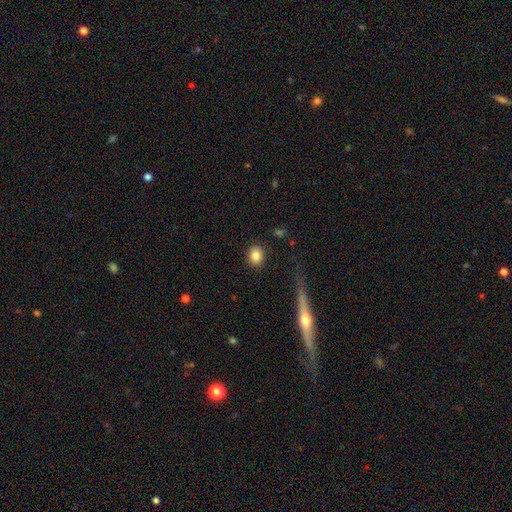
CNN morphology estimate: Smooth or featured?
  - smooth: 84% *
  - star or artifact: 9%
  - featured or disk: 7%
How rounded?
  - round: 66% *
  - in between: 32%
  - cigar-shaped: 1%
Merging?
  - none: 87% *
  - minor disturbance: 8%
  - major disturbance: 3%
  - merger: 2%